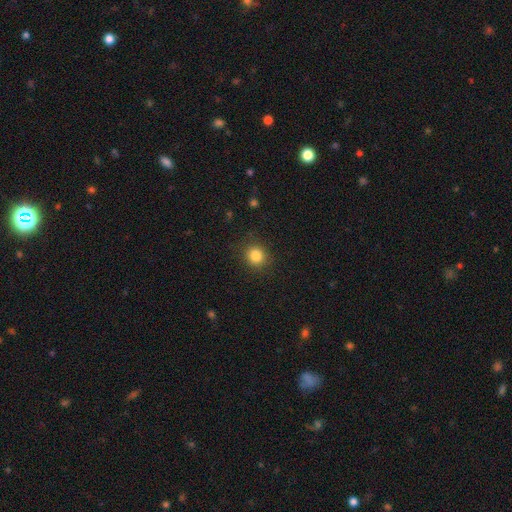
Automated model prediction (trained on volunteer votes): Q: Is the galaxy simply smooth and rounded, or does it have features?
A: smooth — 84%.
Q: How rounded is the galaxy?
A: round — 86%.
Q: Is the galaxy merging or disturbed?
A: none — 88%.